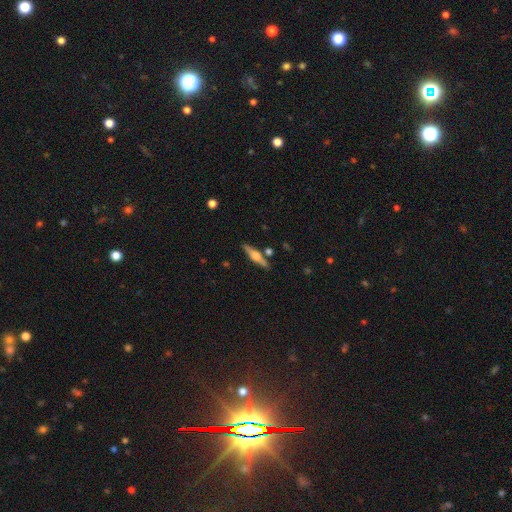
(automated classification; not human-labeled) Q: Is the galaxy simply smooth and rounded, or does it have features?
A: featured or disk — 65%.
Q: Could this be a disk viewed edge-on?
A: yes — 96%.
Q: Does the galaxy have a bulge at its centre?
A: rounded — 90%.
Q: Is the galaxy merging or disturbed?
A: none — 83%.